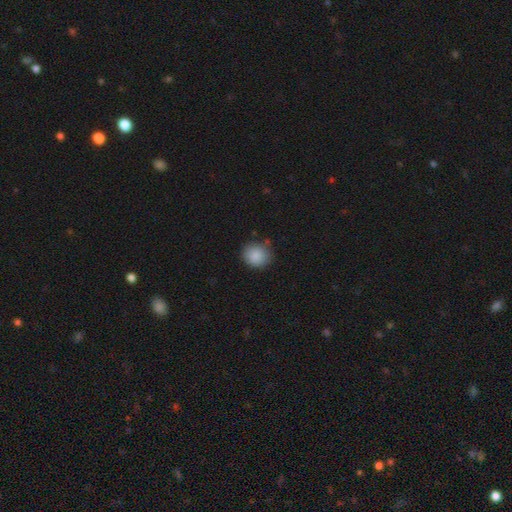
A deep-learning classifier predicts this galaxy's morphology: Overall: smooth (88%). How rounded: round (81%). Merging: none (82%).